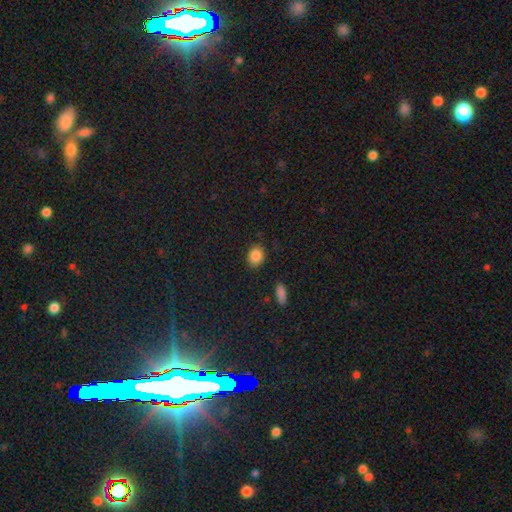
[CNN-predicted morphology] This appears to be a smooth galaxy with no disk features (86%) that is in between round and cigar-shaped (52%). Merging: none (86%).